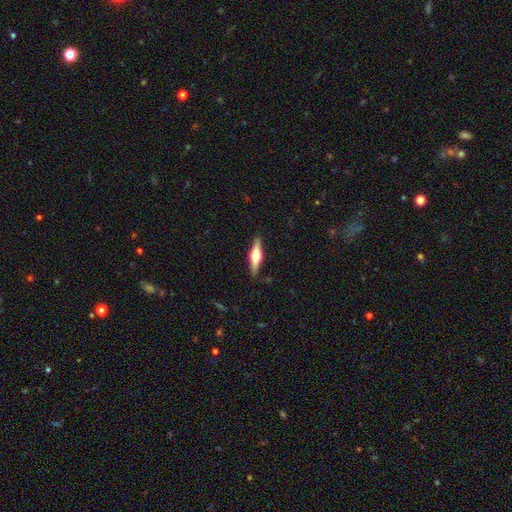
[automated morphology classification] Smooth or featured? featured or disk (63%)
Edge-on disk? yes (96%)
Edge-on bulge? rounded (93%)
Merging? none (89%)